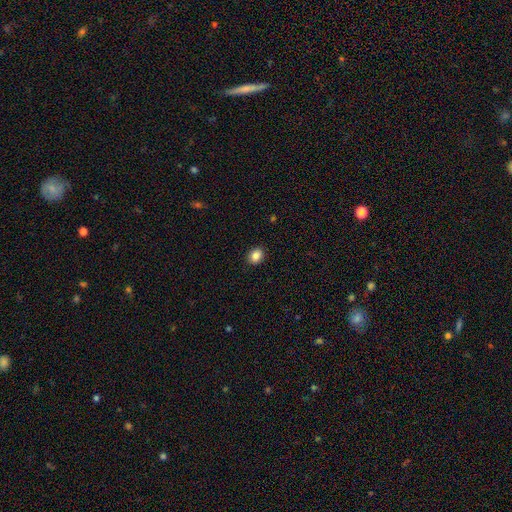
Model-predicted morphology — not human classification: This is clearly a smooth galaxy (86%). How rounded: possibly in between (54%). Merging: clearly none (90%).